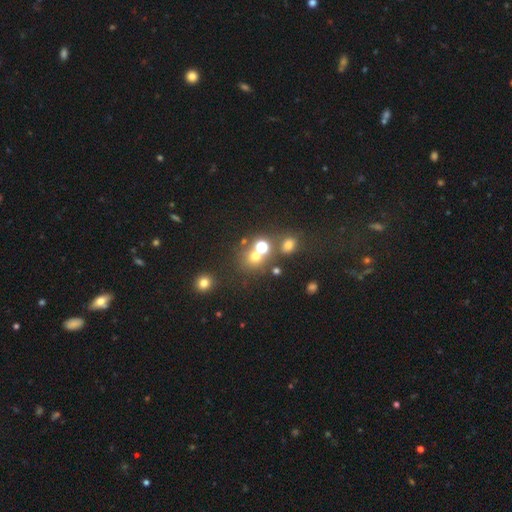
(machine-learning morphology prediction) smooth 59%, star or artifact 30%, featured or disk 11%. Down the decision tree: how rounded — round (82%); merging — none (59%).